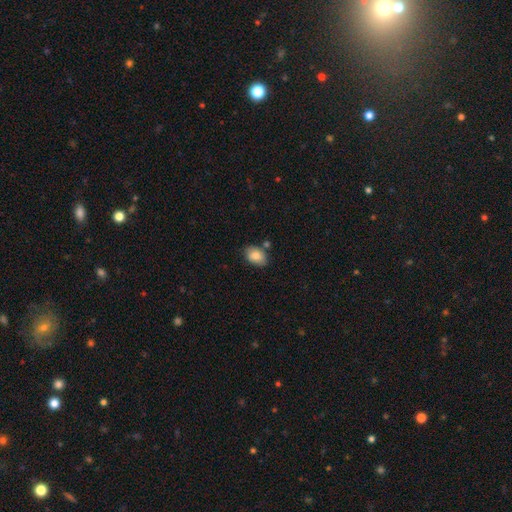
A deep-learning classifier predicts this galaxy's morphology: The model was most divided on "merging": none: 73%, minor disturbance: 16%, merger: 7%, major disturbance: 3%. More confident: smooth or featured — smooth (82%); how rounded — in between (81%).